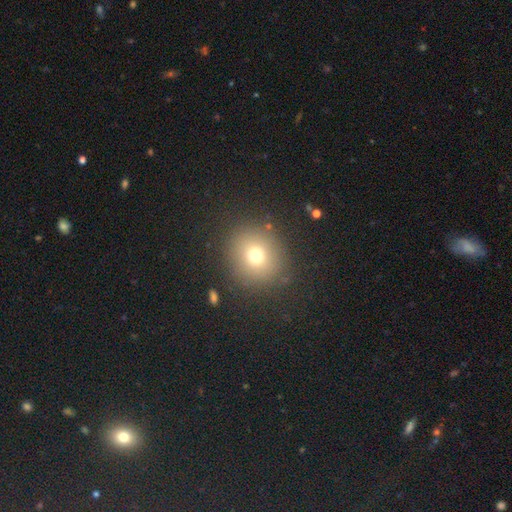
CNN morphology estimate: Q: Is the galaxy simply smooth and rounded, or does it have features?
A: smooth — 71%.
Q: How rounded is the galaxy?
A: round — 87%.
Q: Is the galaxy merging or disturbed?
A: none — 86%.